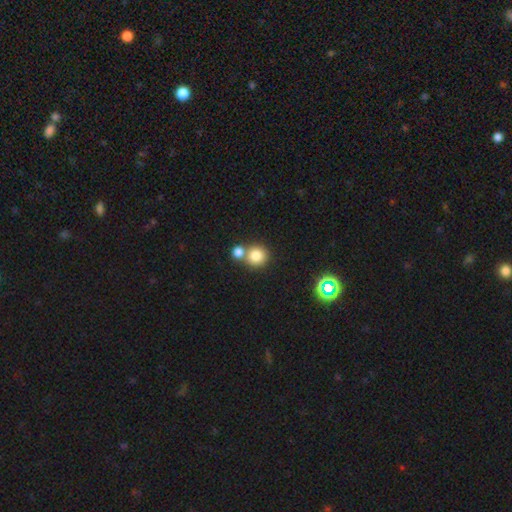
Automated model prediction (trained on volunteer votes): A smooth galaxy with no disk features (81%) that is round (90%). Merging: none (53%).